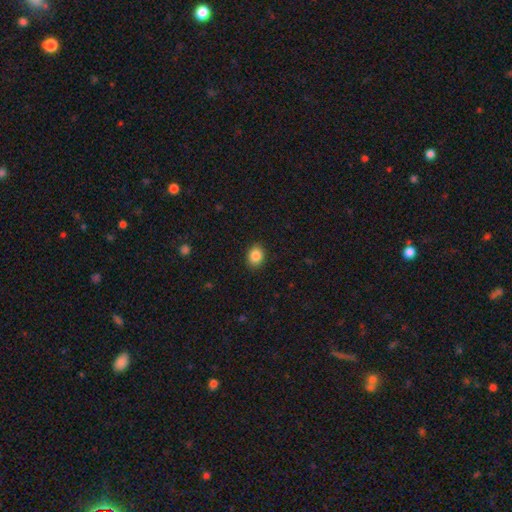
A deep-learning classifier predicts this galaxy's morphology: Overall: smooth (86%). How rounded: in between (52%; round 47%). Merging: none (89%).